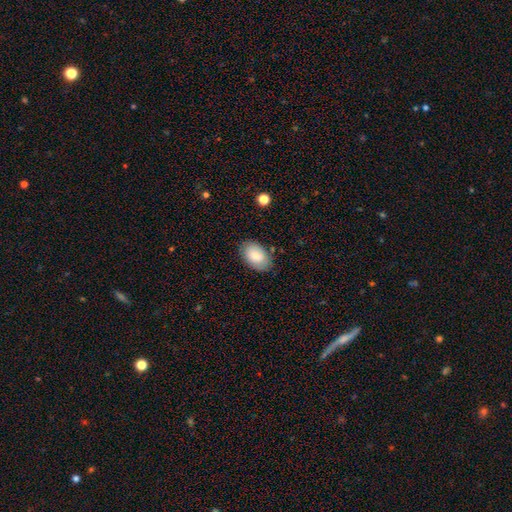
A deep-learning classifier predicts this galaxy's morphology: This appears to be a smooth galaxy with no disk features (83%) that is in between round and cigar-shaped (92%). Merging: none (81%).